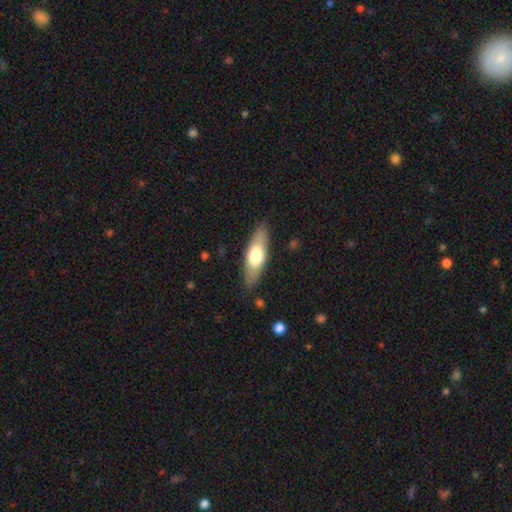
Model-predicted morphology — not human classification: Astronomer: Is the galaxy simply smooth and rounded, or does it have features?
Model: smooth — 61%.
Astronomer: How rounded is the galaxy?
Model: in between — 57% (runner-up: cigar-shaped, 41%).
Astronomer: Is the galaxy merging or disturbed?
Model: none — 85%.